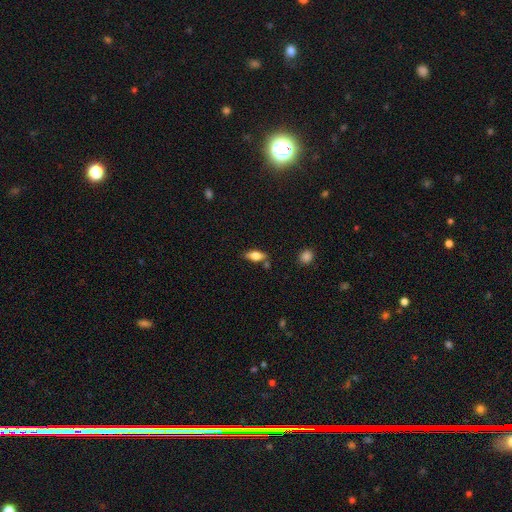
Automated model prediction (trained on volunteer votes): smooth_or_featured: smooth (p=0.69) [alt: featured or disk p=0.23]
how_rounded: in between (p=0.82) [alt: cigar-shaped p=0.15]
merging: none (p=0.76) [alt: minor disturbance p=0.14]